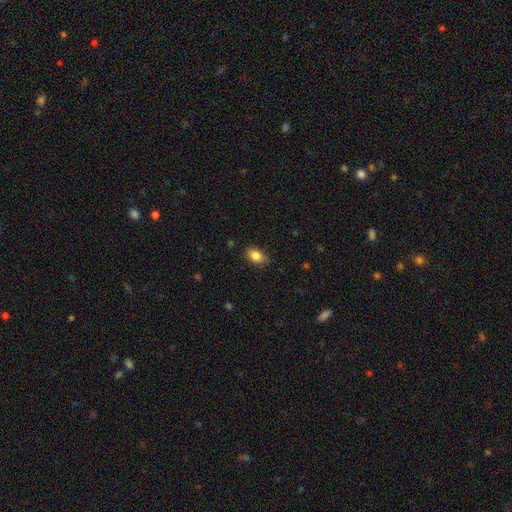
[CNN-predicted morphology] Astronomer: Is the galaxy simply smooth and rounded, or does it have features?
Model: smooth — 85%.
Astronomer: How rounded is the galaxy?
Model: in between — 84%.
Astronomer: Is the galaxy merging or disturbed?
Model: none — 82%.